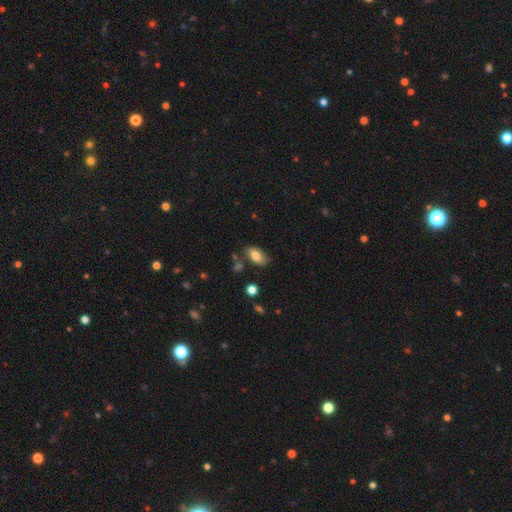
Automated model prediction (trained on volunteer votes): Smooth or featured?
  - smooth: 79% *
  - featured or disk: 13%
  - star or artifact: 8%
How rounded?
  - in between: 91% *
  - round: 5%
  - cigar-shaped: 4%
Merging?
  - none: 73% *
  - minor disturbance: 18%
  - merger: 5%
  - major disturbance: 4%